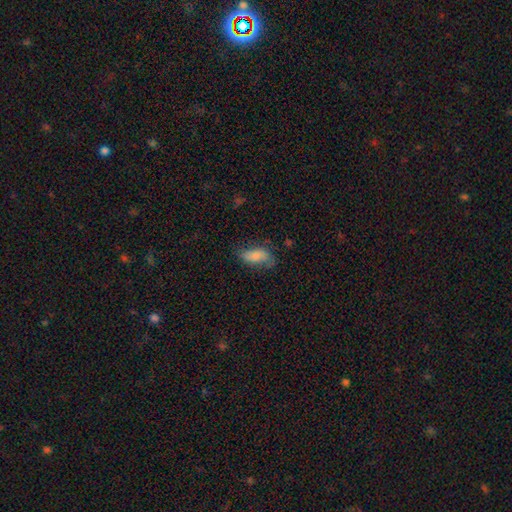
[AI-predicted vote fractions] This appears to be a smooth galaxy with no disk features (78%) that is in between round and cigar-shaped (87%). Merging: none (58%).